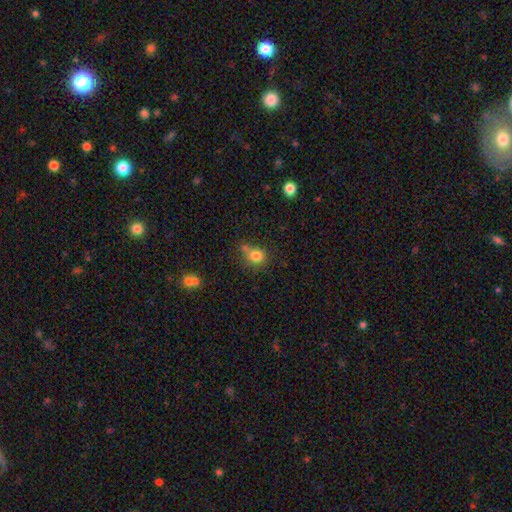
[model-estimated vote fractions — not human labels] Smooth or featured?
  - smooth: 80% *
  - star or artifact: 12%
  - featured or disk: 8%
How rounded?
  - round: 78% *
  - in between: 21%
  - cigar-shaped: 1%
Merging?
  - none: 61% *
  - merger: 17%
  - minor disturbance: 17%
  - major disturbance: 5%